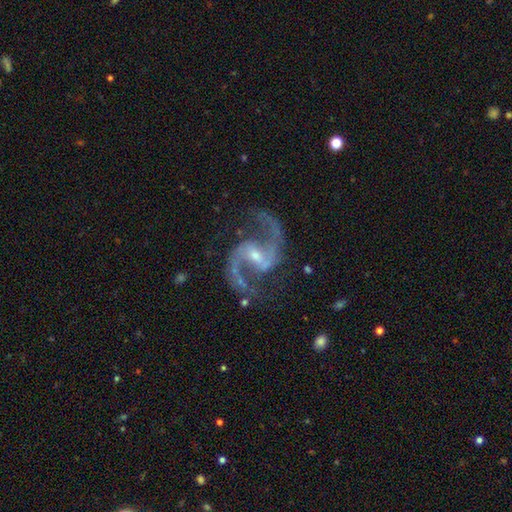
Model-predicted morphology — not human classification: Smooth or featured? featured or disk (94%)
Edge-on disk? no (98%)
Bar? weak (47%)
Spiral arms? yes (98%)
Spiral winding? medium (59%)
Spiral arm count? 2 (94%)
Bulge size? small (58%)
Merging? none (79%)